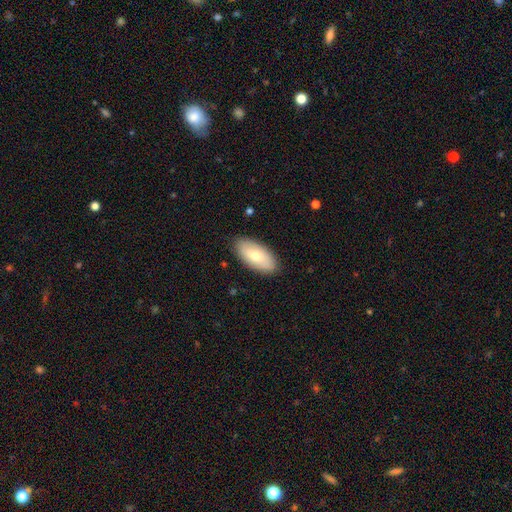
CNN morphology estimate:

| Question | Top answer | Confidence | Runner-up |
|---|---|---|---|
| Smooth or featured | smooth | 70% | featured or disk (24%) |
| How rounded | in between | 93% | cigar-shaped (5%) |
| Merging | none | 88% | minor disturbance (9%) |